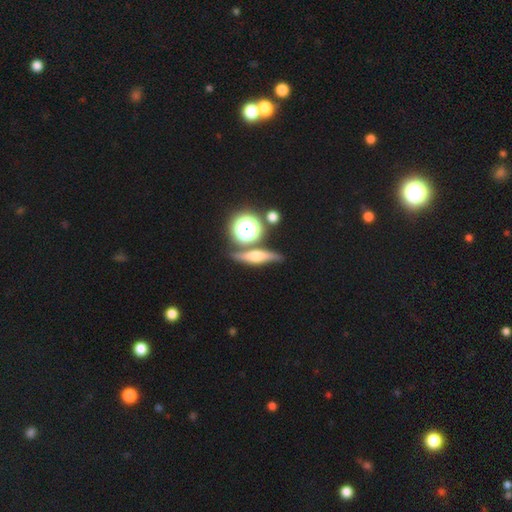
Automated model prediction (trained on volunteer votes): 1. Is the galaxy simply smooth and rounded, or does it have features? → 49% featured or disk, 36% smooth, 15% star or artifact.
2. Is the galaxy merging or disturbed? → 73% none, 12% minor disturbance, 10% merger, 4% major disturbance.